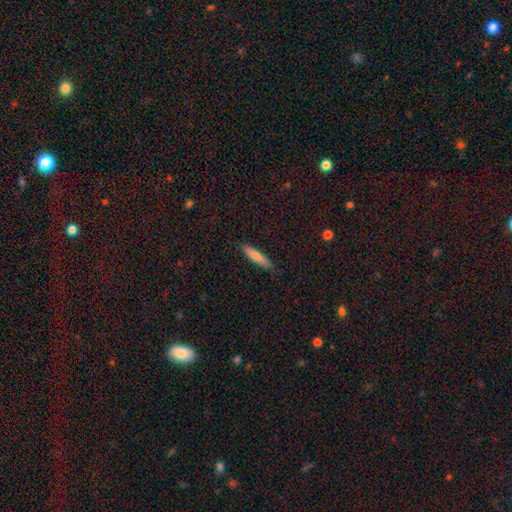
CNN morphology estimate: Smooth or featured: smooth — 71% (featured or disk — 22%)
How rounded: cigar-shaped — 85% (in between — 13%)
Merging: none — 89% (minor disturbance — 8%)